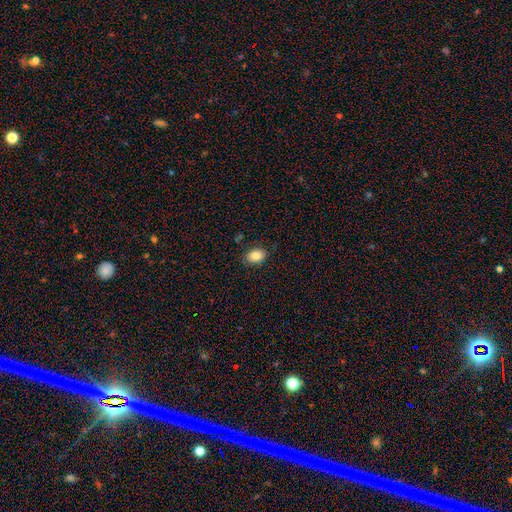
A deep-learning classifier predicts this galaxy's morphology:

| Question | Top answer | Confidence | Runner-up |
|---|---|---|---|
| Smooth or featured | smooth | 85% | star or artifact (9%) |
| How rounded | in between | 73% | round (26%) |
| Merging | none | 86% | minor disturbance (10%) |